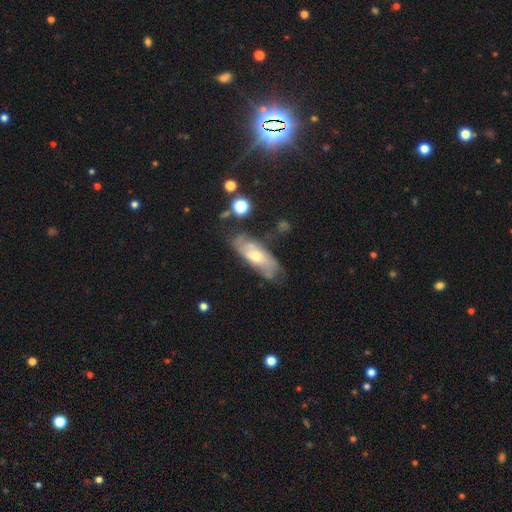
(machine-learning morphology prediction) Overall: featured or disk (64%; smooth 28%). Edge-on disk: no (81%). Bar: no (67%). Spiral arms: yes (76%). Bulge size: moderate (61%; small 33%). Merging: none (61%; minor disturbance 25%).